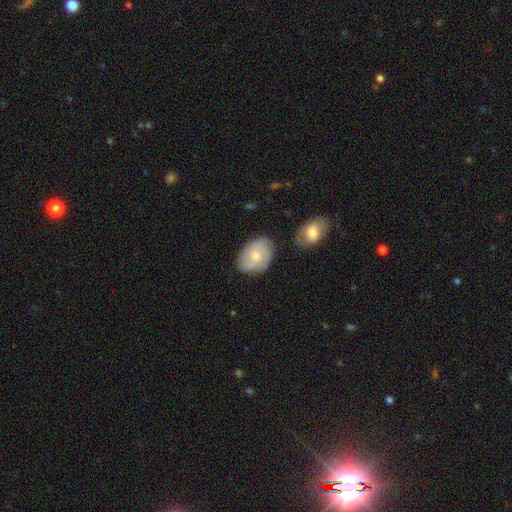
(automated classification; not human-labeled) Smooth or featured? Predicted: featured or disk (p=0.65). Edge-on disk? Predicted: no (p=0.97). Bar? Predicted: no (p=0.70). Spiral arms? Predicted: yes (p=0.91). Spiral winding? Predicted: medium (p=0.43). Spiral arm count? Predicted: 3 (p=0.38). Bulge size? Predicted: small (p=0.50). Merging? Predicted: none (p=0.75).